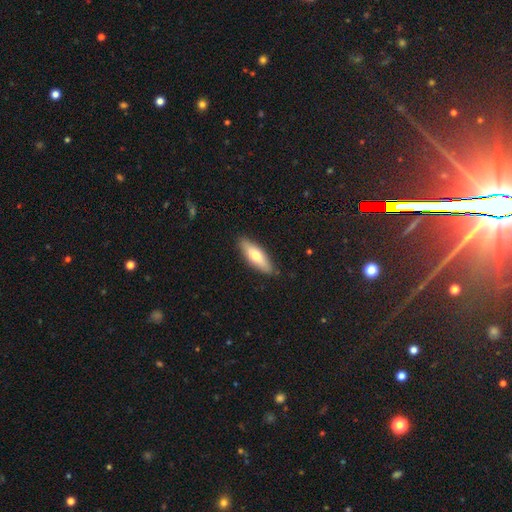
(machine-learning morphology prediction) The model was most divided on "how rounded": in between: 50%, cigar-shaped: 48%, round: 2%. More confident: merging — none (86%); smooth or featured — smooth (64%).